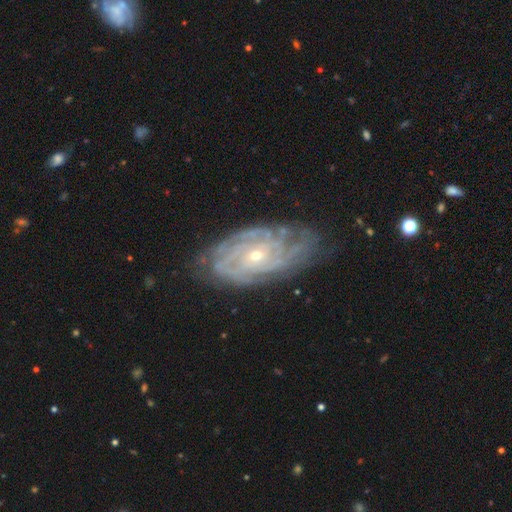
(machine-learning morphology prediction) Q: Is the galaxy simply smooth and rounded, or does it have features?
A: featured or disk — 88%.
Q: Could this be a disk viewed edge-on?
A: no — 95%.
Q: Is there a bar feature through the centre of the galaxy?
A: no — 69%.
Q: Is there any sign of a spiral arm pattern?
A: yes — 97%.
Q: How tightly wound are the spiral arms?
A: tight — 77%.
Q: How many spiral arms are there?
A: can't tell — 34%.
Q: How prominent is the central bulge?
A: small — 70%.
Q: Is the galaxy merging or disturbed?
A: none — 71%.